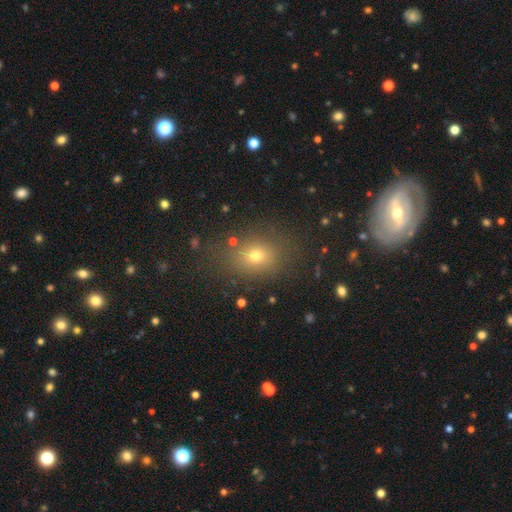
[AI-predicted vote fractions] Overall: smooth (70%). How rounded: in between (57%; round 42%). Merging: none (80%).